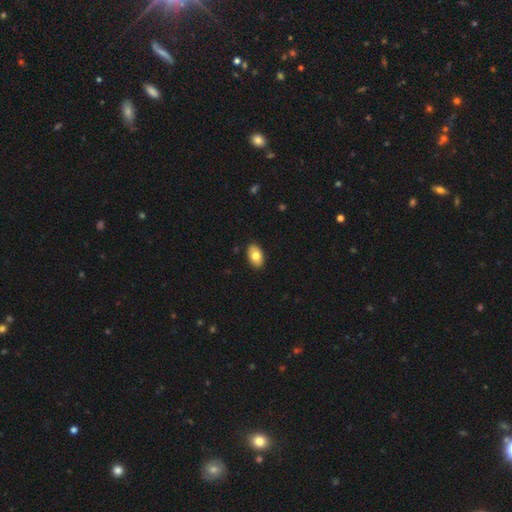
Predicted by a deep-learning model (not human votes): smooth_or_featured: smooth (p=0.79) [alt: featured or disk p=0.14]
how_rounded: in between (p=0.93) [alt: round p=0.06]
merging: none (p=0.90) [alt: minor disturbance p=0.08]